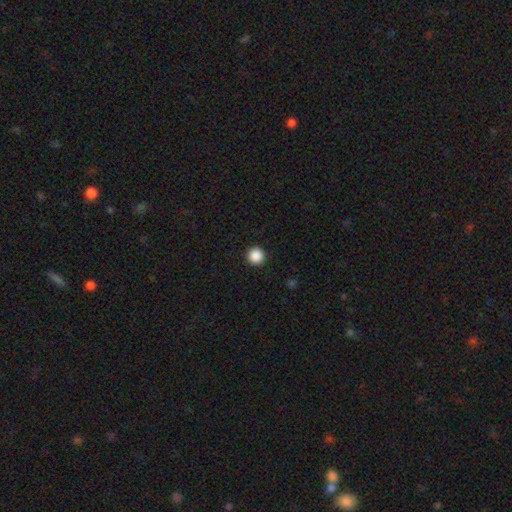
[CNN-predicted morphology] Overall: smooth (88%). How rounded: round (96%). Merging: none (93%).